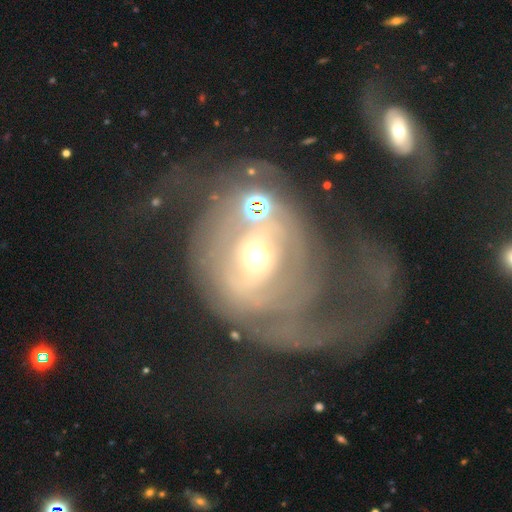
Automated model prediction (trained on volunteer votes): A featured or disk galaxy (73%) with no bar (60%), spiral arms (62%) and a moderate central bulge (56%). Merging: major disturbance (54%).